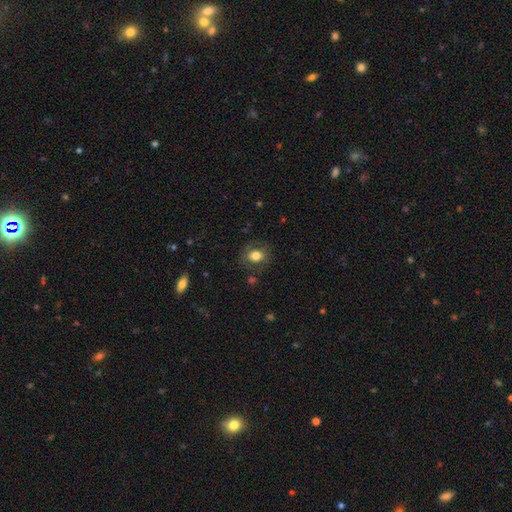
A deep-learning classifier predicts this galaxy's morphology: smooth_or_featured: smooth (p=0.74) [alt: featured or disk p=0.17]
how_rounded: round (p=0.55) [alt: in between p=0.44]
merging: none (p=0.76) [alt: minor disturbance p=0.15]